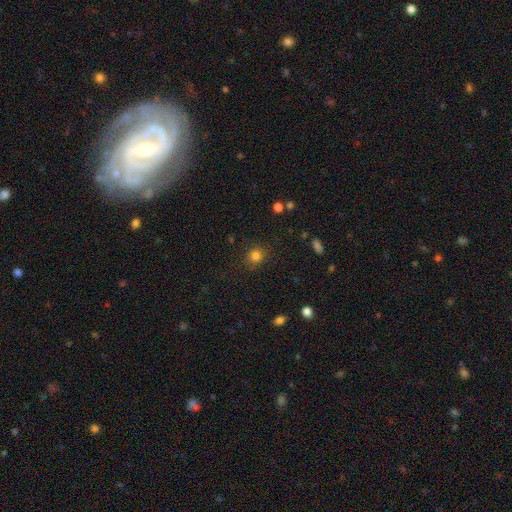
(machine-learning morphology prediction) Smooth or featured?
  - smooth: 81% *
  - star or artifact: 13%
  - featured or disk: 5%
How rounded?
  - round: 85% *
  - in between: 14%
  - cigar-shaped: 1%
Merging?
  - none: 85% *
  - minor disturbance: 10%
  - major disturbance: 4%
  - merger: 1%